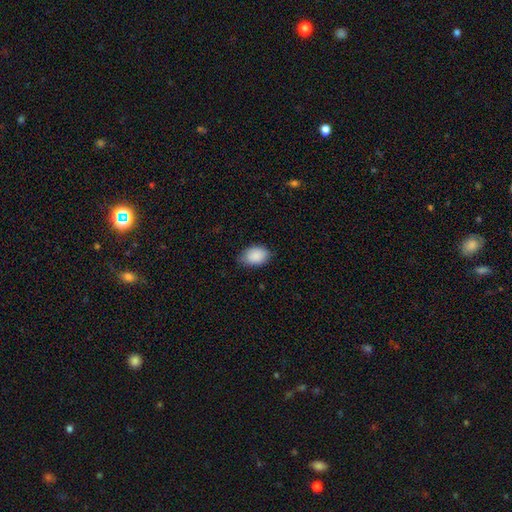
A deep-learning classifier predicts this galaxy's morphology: Smooth or featured? smooth (89%)
How rounded? in between (84%)
Merging? none (73%)